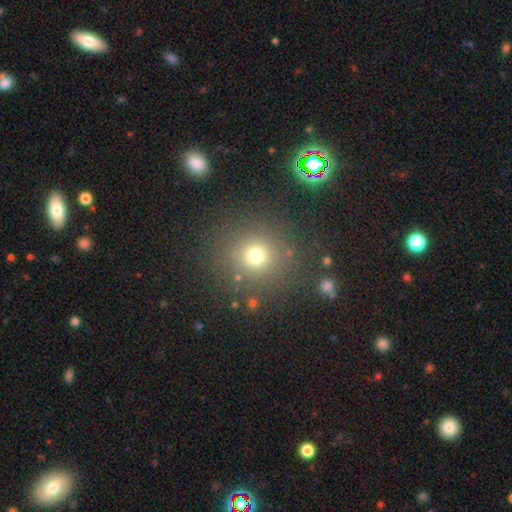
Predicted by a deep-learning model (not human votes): This appears to be a smooth galaxy with no disk features (70%) that is round (90%). Merging: none (84%).